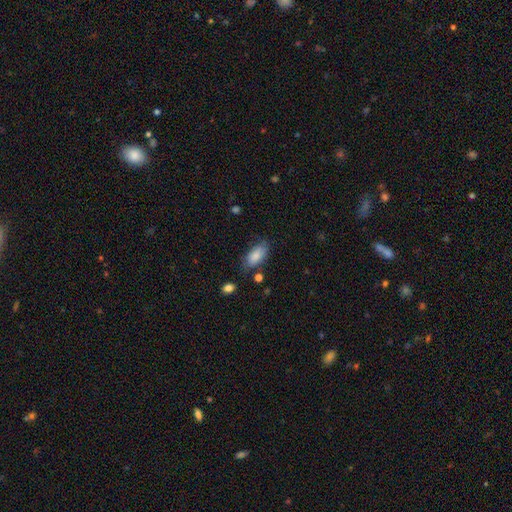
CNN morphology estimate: Overall: smooth (83%). How rounded: in between (90%). Merging: none (66%).